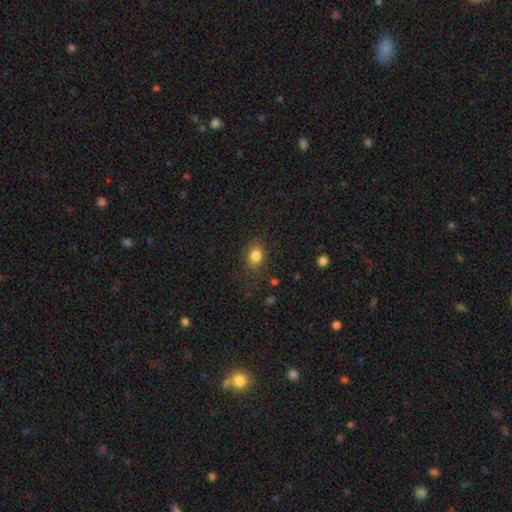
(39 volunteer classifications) This is clearly a smooth galaxy (90%). How rounded: possibly round (51%). Merging: likely none (65%).